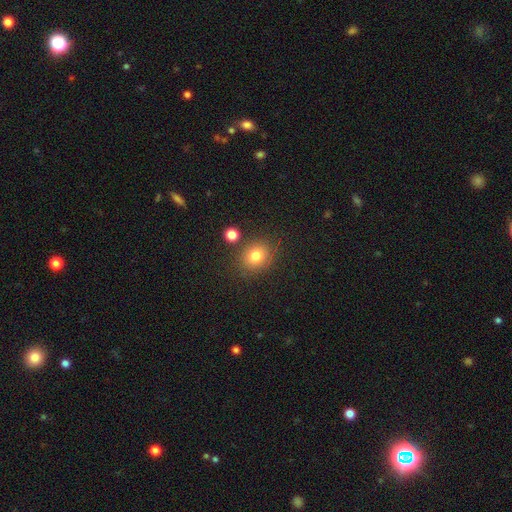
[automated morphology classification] Smooth or featured?
  - smooth: 79% *
  - star or artifact: 13%
  - featured or disk: 8%
How rounded?
  - round: 73% *
  - in between: 26%
  - cigar-shaped: 1%
Merging?
  - none: 79% *
  - minor disturbance: 10%
  - merger: 7%
  - major disturbance: 3%